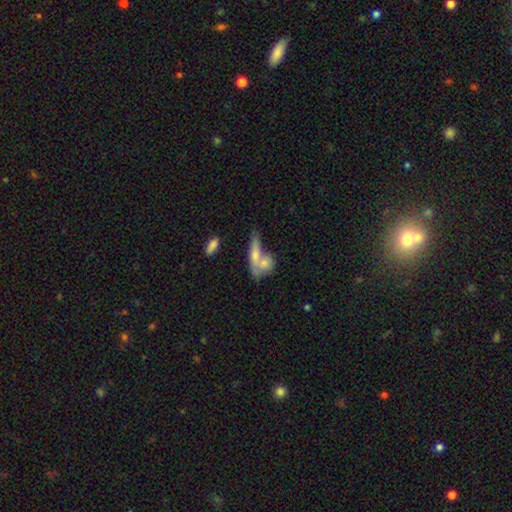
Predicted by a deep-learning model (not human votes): A smooth galaxy with no disk features (64%) that is in between round and cigar-shaped (54%). Merging: merger (57%).